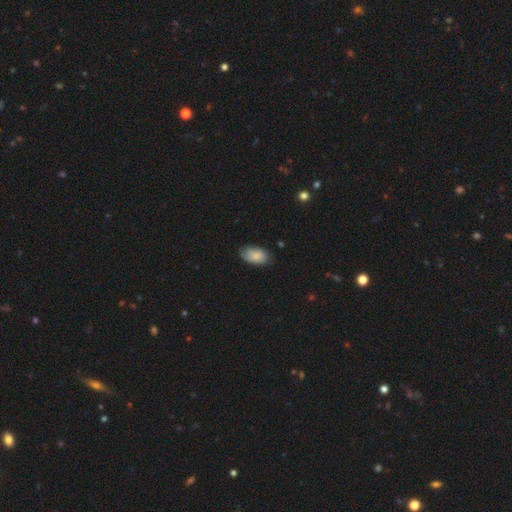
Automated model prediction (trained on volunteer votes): The model was most divided on "merging": none: 70%, minor disturbance: 24%, major disturbance: 4%, merger: 1%. More confident: how rounded — in between (93%); smooth or featured — smooth (82%).